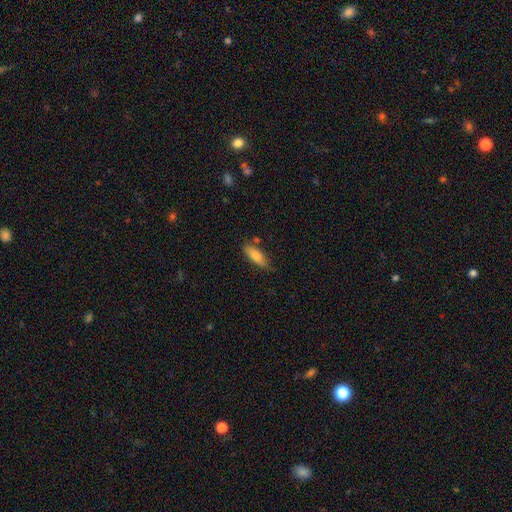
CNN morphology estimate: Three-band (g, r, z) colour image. It shows a smooth galaxy with no disk features (79%) that is in between round and cigar-shaped (58%). Merging: none (72%).